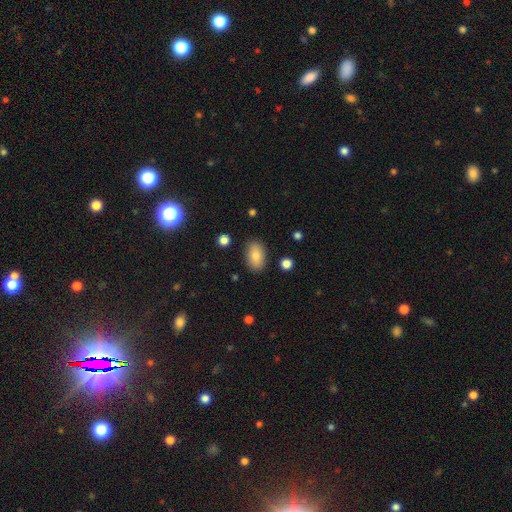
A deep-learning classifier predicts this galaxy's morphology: smooth-or-featured: smooth: 82% | featured or disk: 10% | star or artifact: 8%
  how-rounded: in between: 90% | round: 9% | cigar-shaped: 2%
  merging: none: 85% | minor disturbance: 11% | major disturbance: 3% | merger: 2%